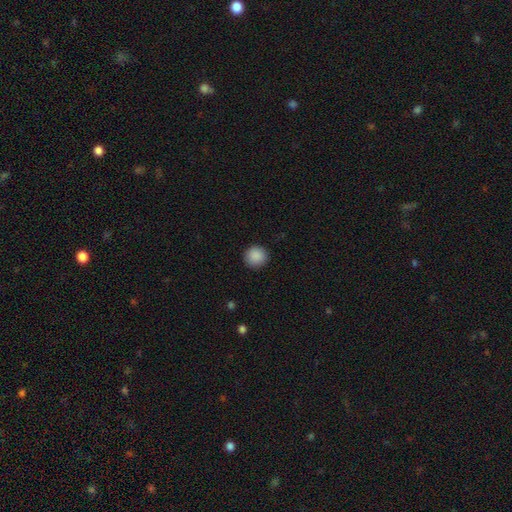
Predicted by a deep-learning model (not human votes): Q: Smooth or featured?
A: smooth (89%); runner-up: star or artifact (8%)
Q: How rounded?
A: round (94%); runner-up: in between (5%)
Q: Merging?
A: none (91%); runner-up: minor disturbance (6%)